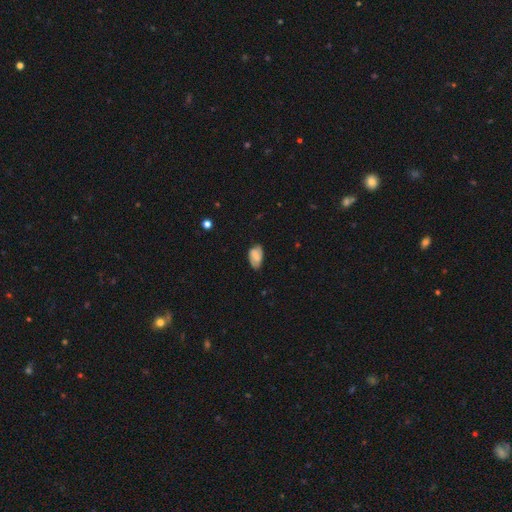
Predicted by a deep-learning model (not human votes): The model was most divided on "merging": none: 67%, minor disturbance: 27%, major disturbance: 5%, merger: 1%. More confident: how rounded — in between (92%); smooth or featured — smooth (70%).